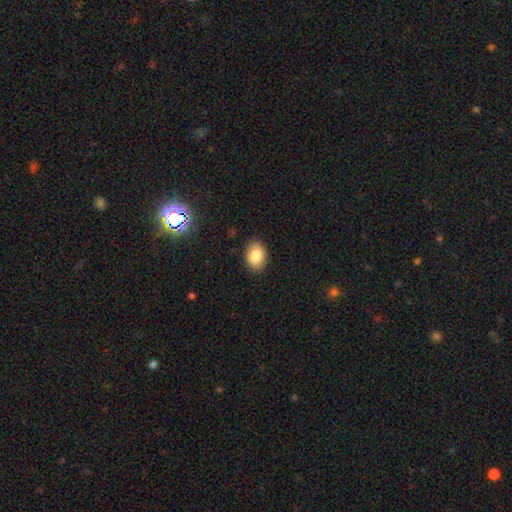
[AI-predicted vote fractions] Morphology: type=smooth (84%); roundness=in between (78%); merging=none (87%).